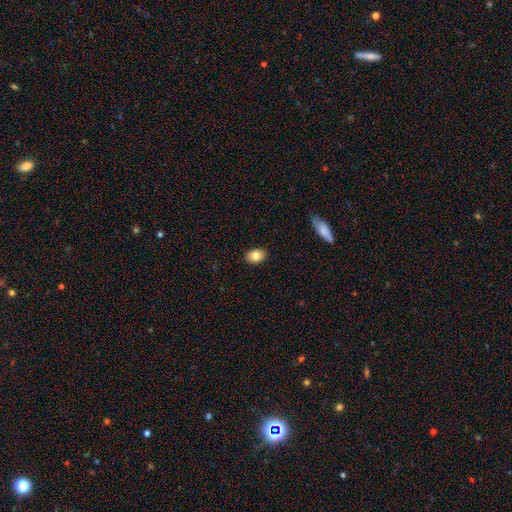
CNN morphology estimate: smooth-or-featured: smooth: 82% | featured or disk: 11% | star or artifact: 8%
  how-rounded: in between: 84% | round: 14% | cigar-shaped: 1%
  merging: none: 89% | minor disturbance: 8% | major disturbance: 2% | merger: 1%